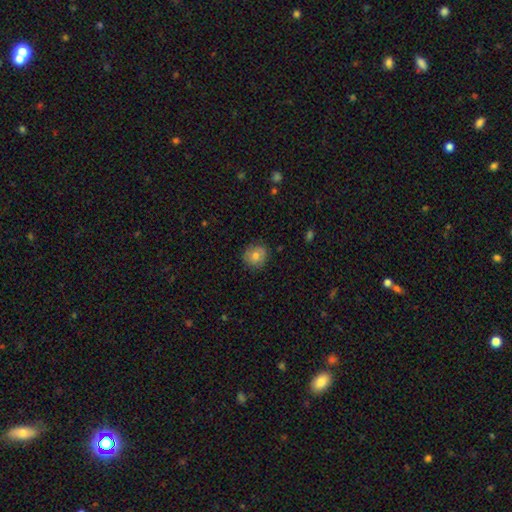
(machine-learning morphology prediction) A smooth galaxy with no disk features (75%) that is round (85%). Merging: none (85%).